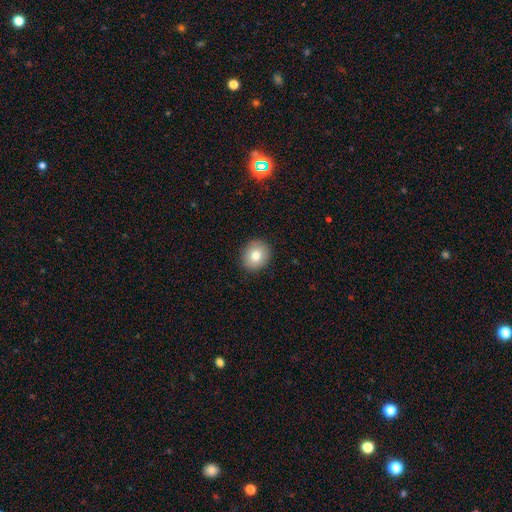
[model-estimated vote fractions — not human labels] Smooth or featured? smooth (79%)
How rounded? round (77%)
Merging? none (90%)